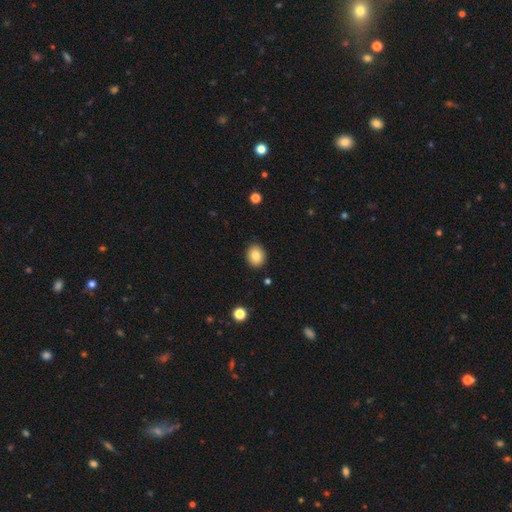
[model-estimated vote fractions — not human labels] Q: Smooth or featured?
A: smooth (84%); runner-up: star or artifact (9%)
Q: How rounded?
A: round (59%); runner-up: in between (40%)
Q: Merging?
A: none (89%); runner-up: minor disturbance (7%)